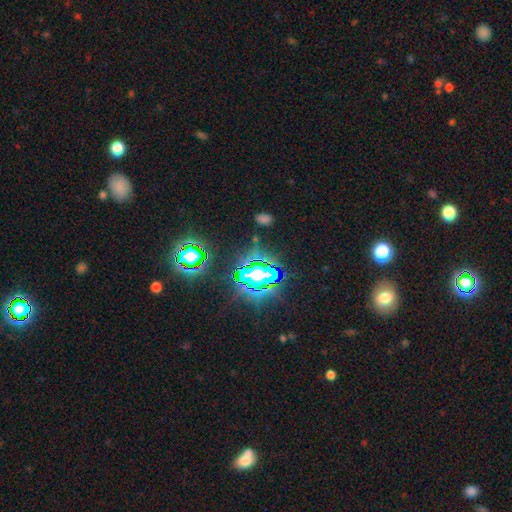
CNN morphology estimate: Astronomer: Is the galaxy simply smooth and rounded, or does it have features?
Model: star or artifact — 79%.